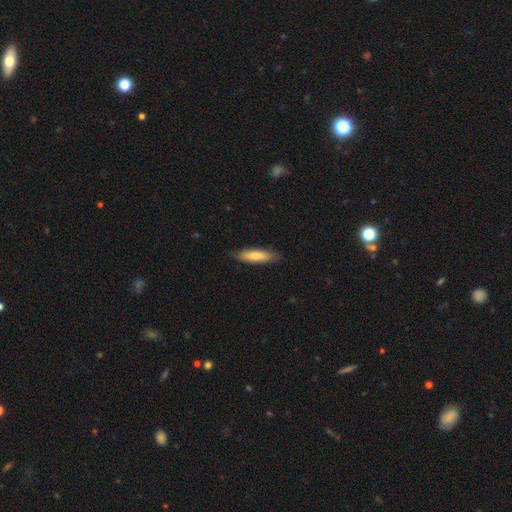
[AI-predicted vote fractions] Smooth or featured: smooth — 72% (featured or disk — 22%)
How rounded: cigar-shaped — 66% (in between — 32%)
Merging: none — 82% (minor disturbance — 14%)